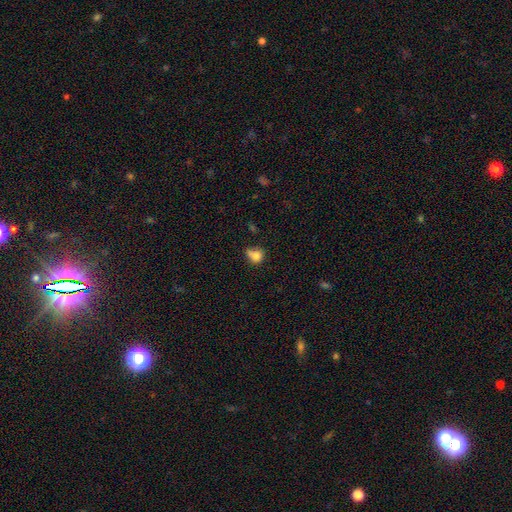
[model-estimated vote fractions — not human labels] Smooth or featured? smooth (79%)
How rounded? round (65%)
Merging? none (40%)